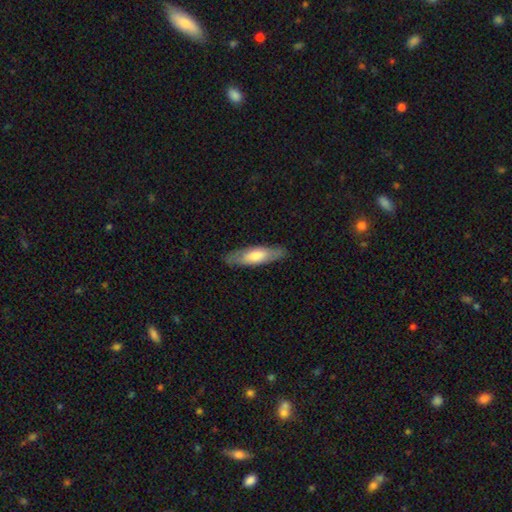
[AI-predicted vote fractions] smooth-or-featured: smooth: 59% | featured or disk: 35% | star or artifact: 5%
  how-rounded: cigar-shaped: 60% | in between: 39% | round: 2%
  merging: none: 85% | minor disturbance: 11% | major disturbance: 3% | merger: 1%